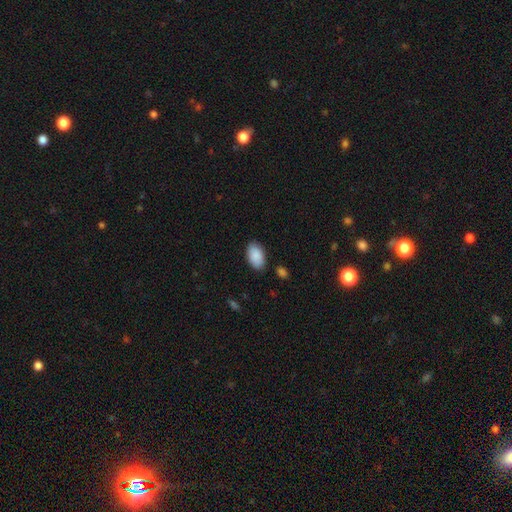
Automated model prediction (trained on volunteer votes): This is clearly a smooth galaxy (89%). How rounded: clearly in between (94%). Merging: clearly none (84%).